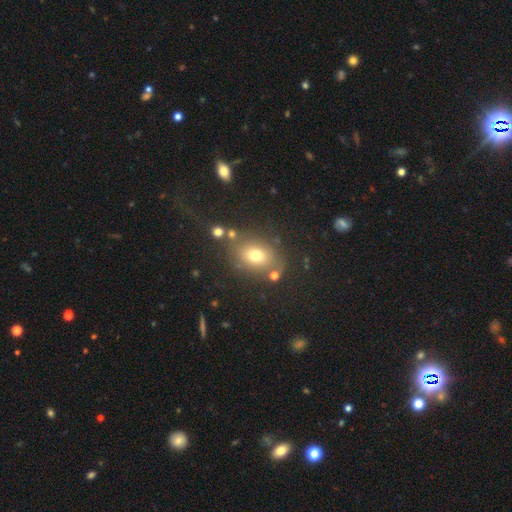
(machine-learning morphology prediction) smooth 72%, star or artifact 16%, featured or disk 13%. Down the decision tree: how rounded — in between (55%); merging — none (74%).